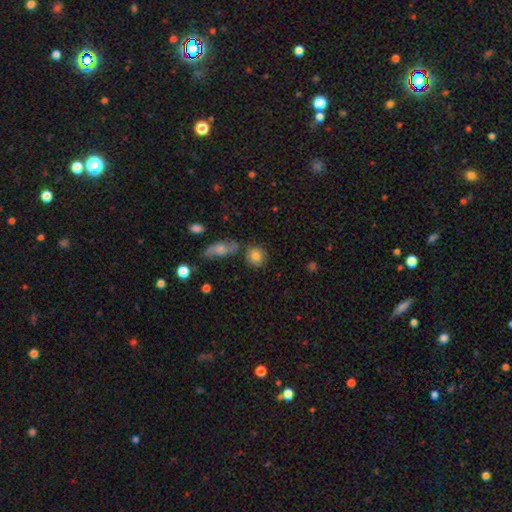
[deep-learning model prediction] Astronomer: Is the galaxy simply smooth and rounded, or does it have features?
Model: smooth — 80%.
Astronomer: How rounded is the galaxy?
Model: round — 78%.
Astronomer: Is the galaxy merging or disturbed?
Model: none — 71%.